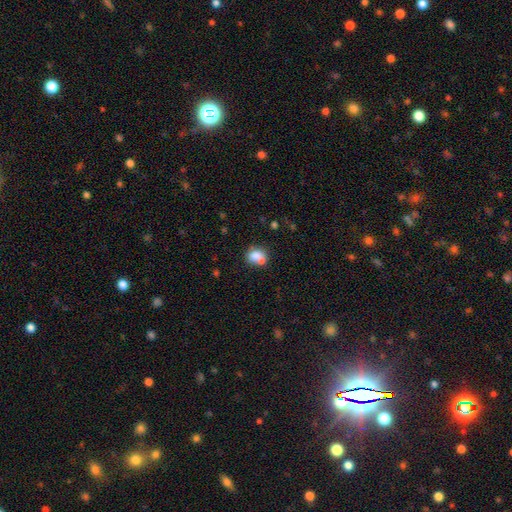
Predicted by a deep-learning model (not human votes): smooth 75%, featured or disk 16%, star or artifact 10%. Down the decision tree: how rounded — round (57%); merging — merger (43%).